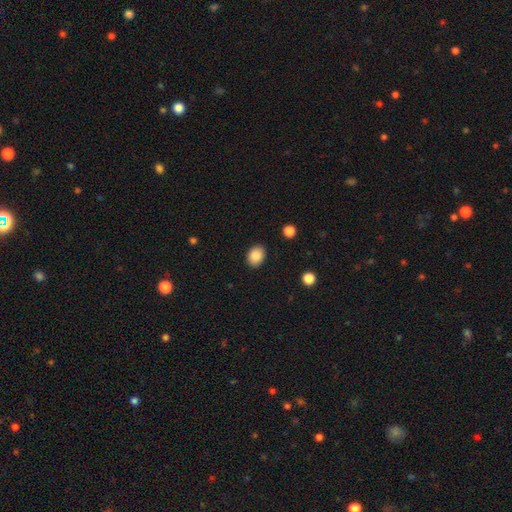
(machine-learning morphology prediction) type=smooth (88%); roundness=in between (63%); merging=none (88%).